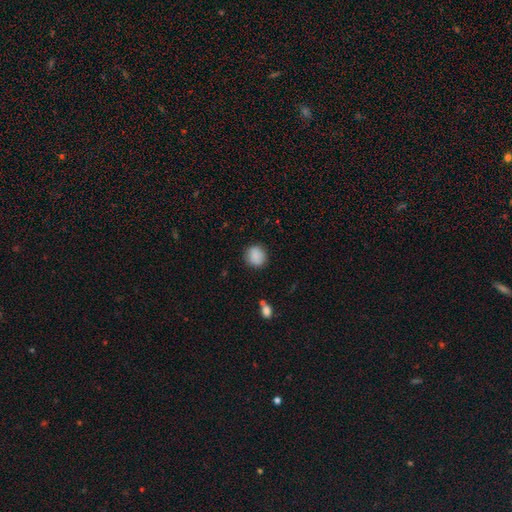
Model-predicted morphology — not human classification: Q: Smooth or featured?
A: smooth (88%); runner-up: star or artifact (8%)
Q: How rounded?
A: round (84%); runner-up: in between (15%)
Q: Merging?
A: none (87%); runner-up: minor disturbance (9%)